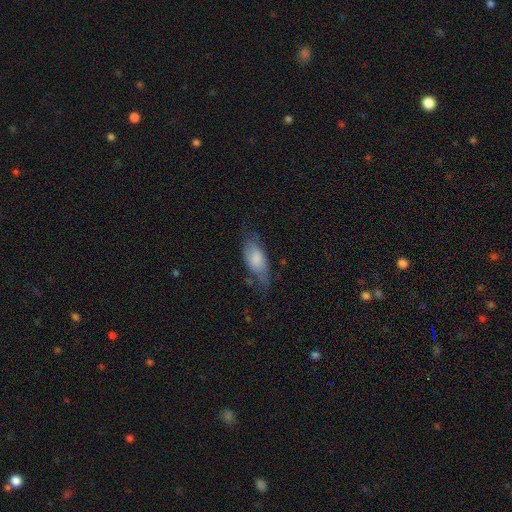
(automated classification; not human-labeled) Smooth or featured? Predicted: smooth (p=0.59). How rounded? Predicted: in between (p=0.78). Merging? Predicted: none (p=0.57).